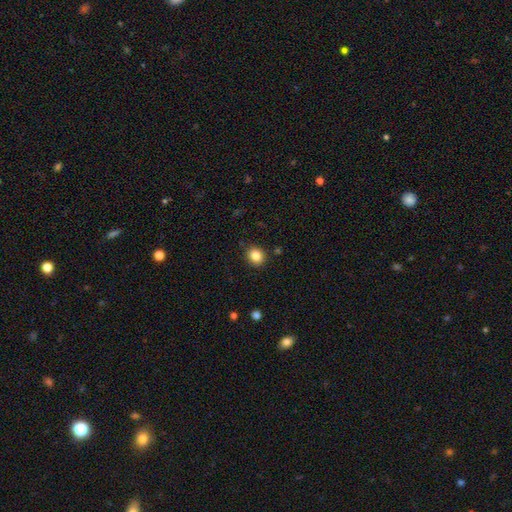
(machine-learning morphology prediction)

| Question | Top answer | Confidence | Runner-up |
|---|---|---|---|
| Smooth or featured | smooth | 85% | star or artifact (10%) |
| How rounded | round | 77% | in between (22%) |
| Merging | none | 88% | minor disturbance (8%) |